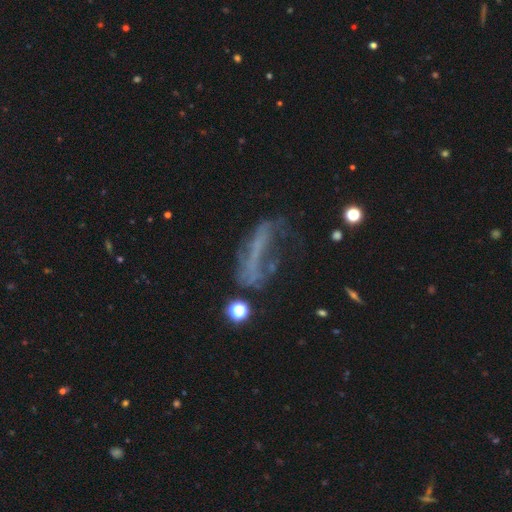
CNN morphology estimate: Smooth or featured: featured or disk — 44% (smooth — 31%)
Merging: major disturbance — 42% (none — 30%)